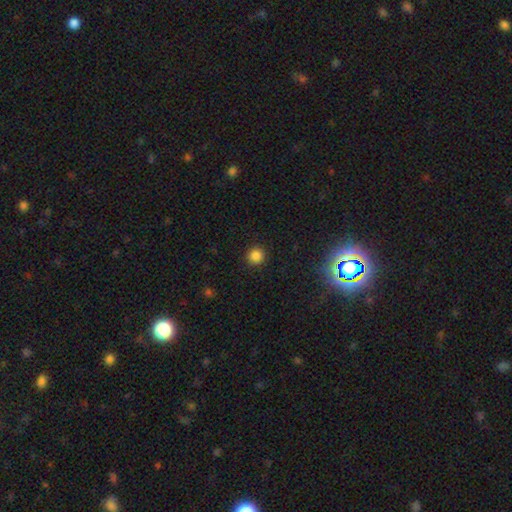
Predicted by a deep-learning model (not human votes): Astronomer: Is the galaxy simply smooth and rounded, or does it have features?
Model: smooth — 84%.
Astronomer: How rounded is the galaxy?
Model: round — 95%.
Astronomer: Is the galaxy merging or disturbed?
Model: none — 92%.